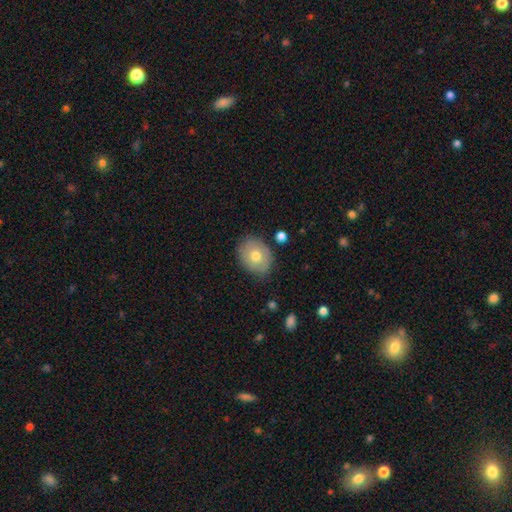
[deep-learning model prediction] The model was most divided on "how rounded": in between: 54%, round: 45%, cigar-shaped: 1%. More confident: merging — none (77%); smooth or featured — smooth (66%).